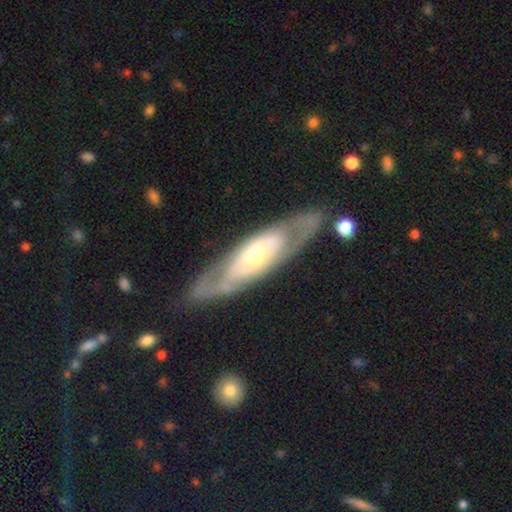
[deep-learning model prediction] Smooth or featured: featured or disk — 74% (smooth — 21%)
Edge-on disk: no — 75% (yes — 25%)
Bar: no — 75% (weak — 17%)
Spiral arms: no — 50% (tied with yes — 50%)
Bulge size: moderate — 48% (small — 42%)
Merging: none — 78% (minor disturbance — 14%)